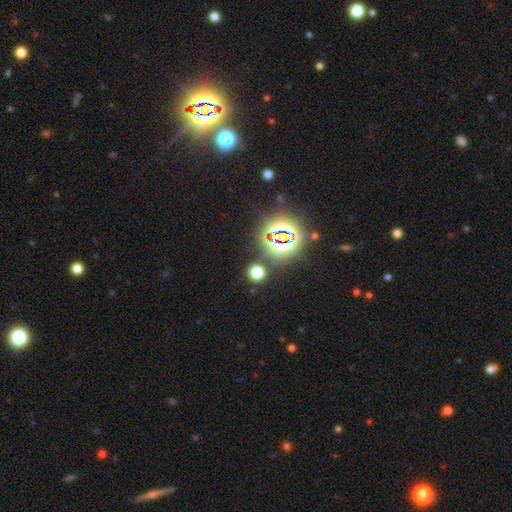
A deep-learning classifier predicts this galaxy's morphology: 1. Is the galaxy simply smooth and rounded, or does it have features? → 84% star or artifact, 10% smooth, 6% featured or disk.